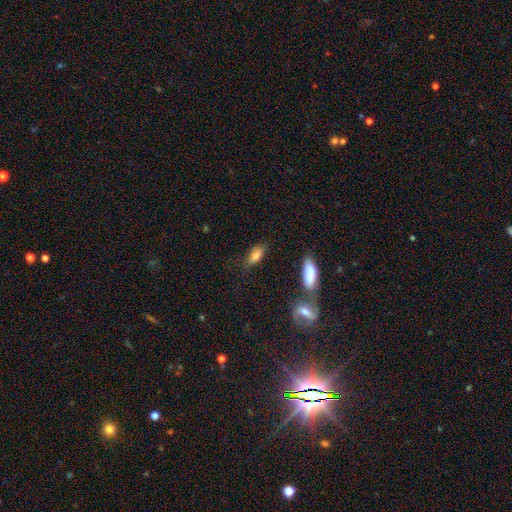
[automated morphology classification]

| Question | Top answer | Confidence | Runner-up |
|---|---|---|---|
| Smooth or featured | smooth | 78% | featured or disk (13%) |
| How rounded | in between | 78% | cigar-shaped (19%) |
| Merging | none | 68% | minor disturbance (21%) |